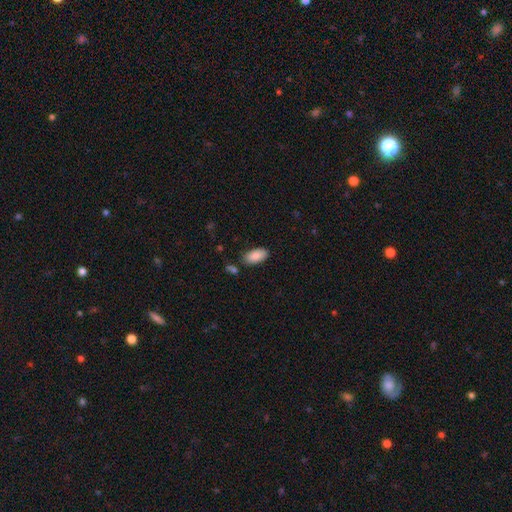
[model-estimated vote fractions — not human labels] Smooth or featured? Predicted: smooth (p=0.88). How rounded? Predicted: in between (p=0.94). Merging? Predicted: none (p=0.81).